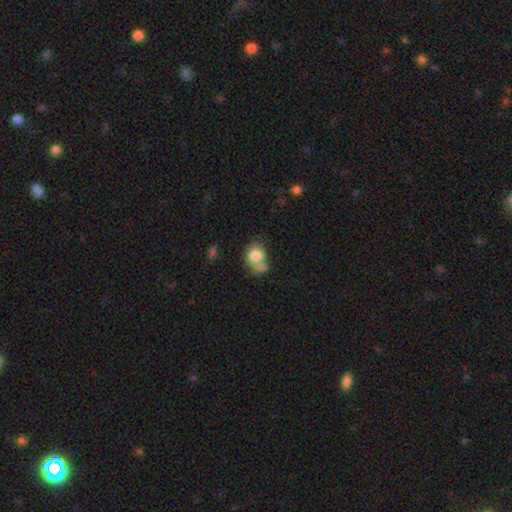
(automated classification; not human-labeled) This appears to be a smooth galaxy with no disk features (78%) that is round (53%). Merging: merger (39%).